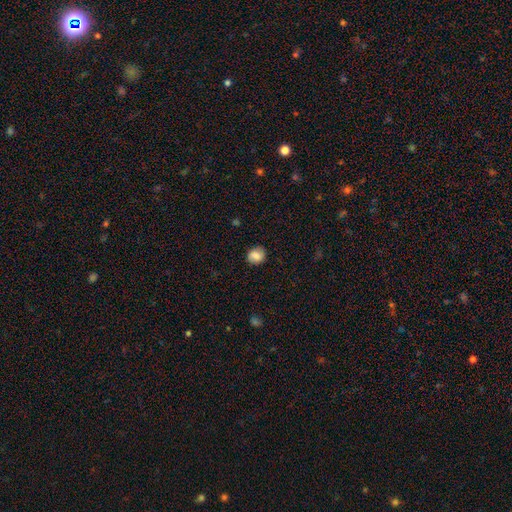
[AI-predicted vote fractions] Q: Smooth or featured?
A: smooth (79%); runner-up: featured or disk (12%)
Q: How rounded?
A: round (69%); runner-up: in between (30%)
Q: Merging?
A: none (83%); runner-up: minor disturbance (13%)